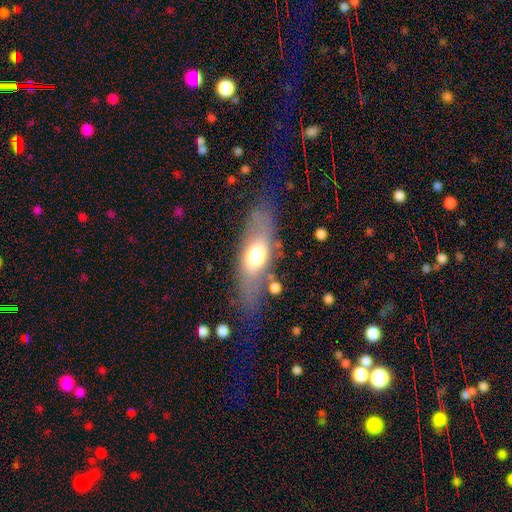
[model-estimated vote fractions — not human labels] Smooth or featured? smooth (55%)
How rounded? in between (62%)
Merging? none (70%)